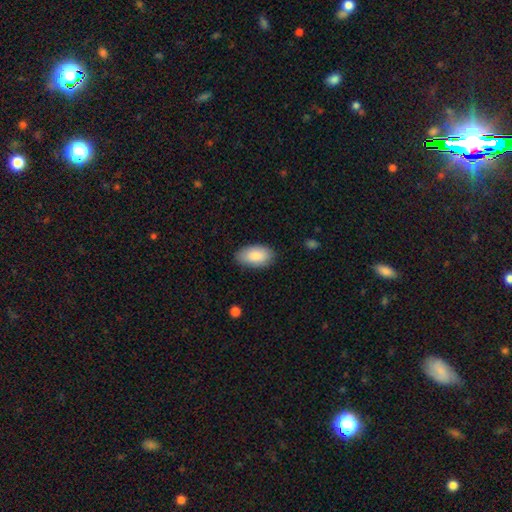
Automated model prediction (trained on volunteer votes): smooth_or_featured: smooth (p=0.85) [alt: featured or disk p=0.09]
how_rounded: in between (p=0.95) [alt: round p=0.03]
merging: none (p=0.83) [alt: minor disturbance p=0.13]